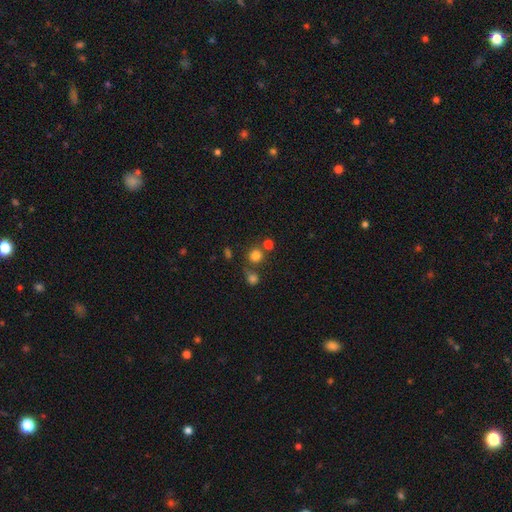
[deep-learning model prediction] Smooth or featured? smooth (76%)
How rounded? round (89%)
Merging? none (66%)